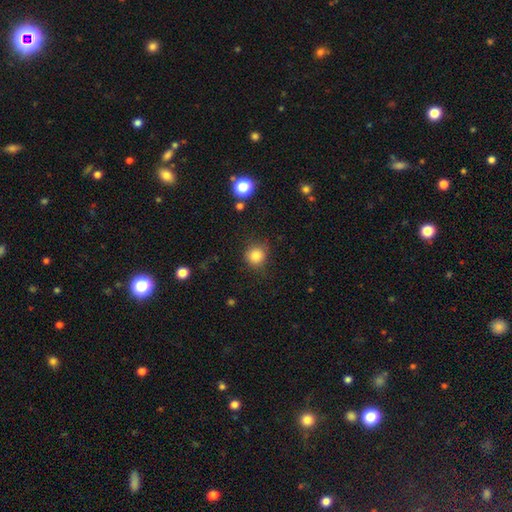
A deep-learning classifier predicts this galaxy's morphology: Smooth or featured? Predicted: smooth (p=0.83). How rounded? Predicted: round (p=0.90). Merging? Predicted: none (p=0.81).